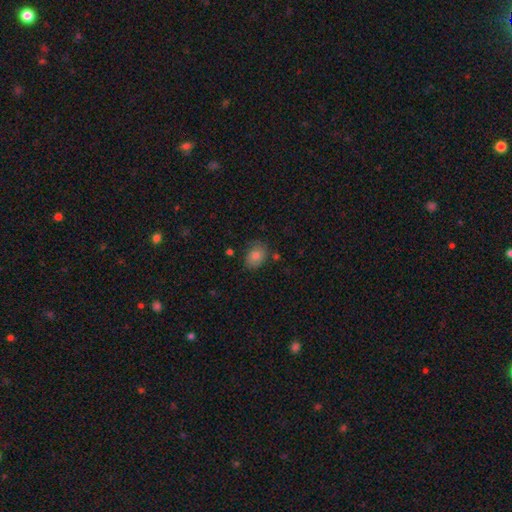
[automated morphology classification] Smooth or featured? Predicted: smooth (p=0.77). How rounded? Predicted: in between (p=0.61). Merging? Predicted: none (p=0.69).